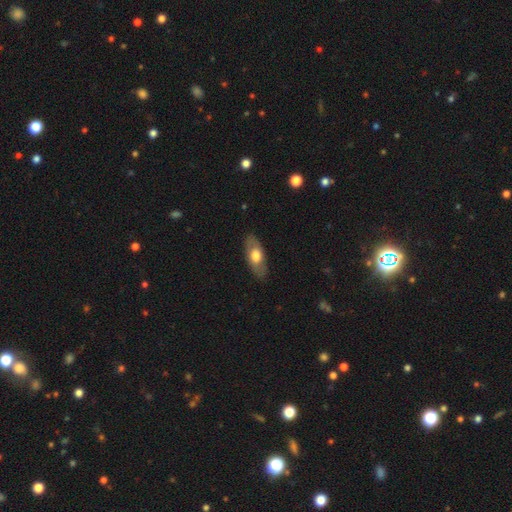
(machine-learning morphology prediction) type=smooth (57%); roundness=in between (84%); merging=none (83%).